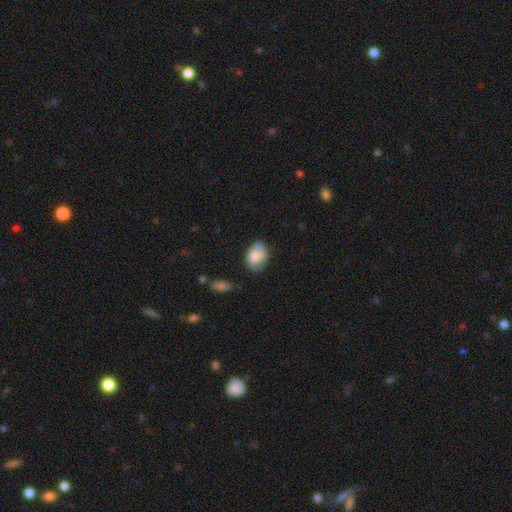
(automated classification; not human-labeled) Smooth or featured? Predicted: smooth (p=0.77). How rounded? Predicted: in between (p=0.79). Merging? Predicted: none (p=0.56).